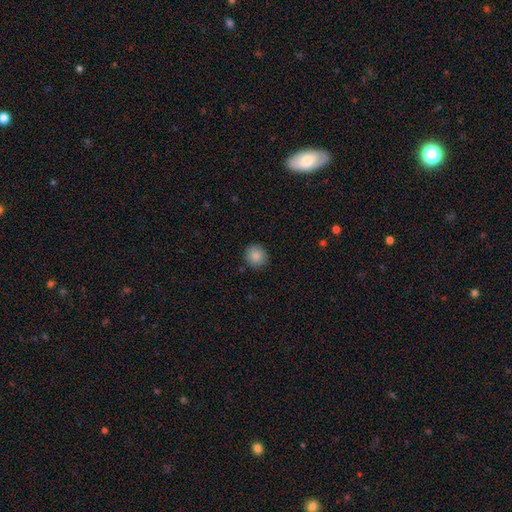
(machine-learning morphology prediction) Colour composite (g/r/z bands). It shows a smooth galaxy with no disk features (86%) that is round (91%). Merging: none (90%).